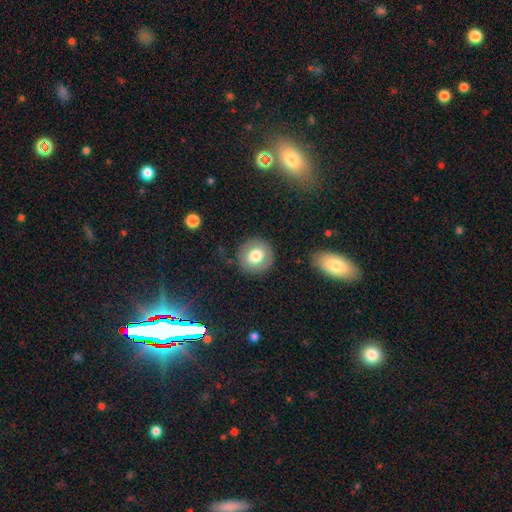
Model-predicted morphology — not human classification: smooth-or-featured: smooth: 73% | featured or disk: 18% | star or artifact: 9%
  how-rounded: round: 92% | in between: 7% | cigar-shaped: 1%
  merging: none: 87% | minor disturbance: 8% | major disturbance: 3% | merger: 1%